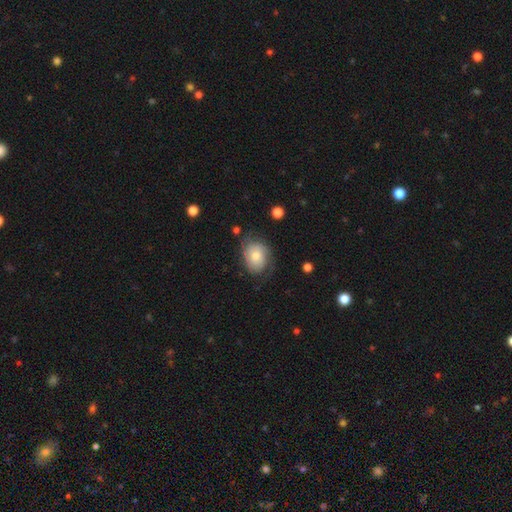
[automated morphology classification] smooth_or_featured: featured or disk (p=0.48) [alt: smooth p=0.44]
merging: none (p=0.61) [alt: minor disturbance p=0.25]